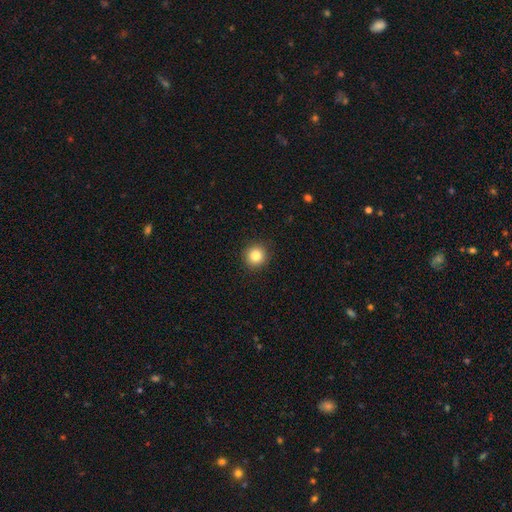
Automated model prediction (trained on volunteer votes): smooth_or_featured: smooth (p=0.84) [alt: star or artifact p=0.10]
how_rounded: round (p=0.94) [alt: in between p=0.05]
merging: none (p=0.92) [alt: minor disturbance p=0.05]